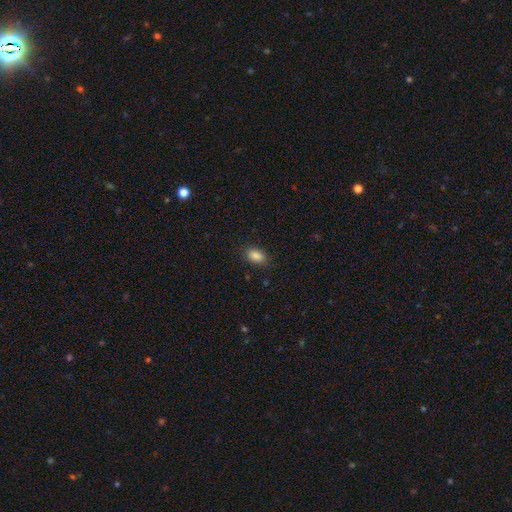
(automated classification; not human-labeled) This appears to be a smooth galaxy with no disk features (88%) that is in between round and cigar-shaped (87%). Merging: none (86%).